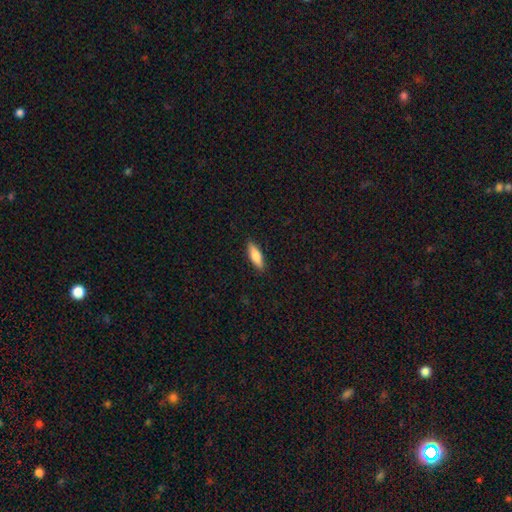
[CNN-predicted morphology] Q: Smooth or featured?
A: smooth (78%); runner-up: featured or disk (16%)
Q: How rounded?
A: in between (51%); runner-up: cigar-shaped (47%)
Q: Merging?
A: none (89%); runner-up: minor disturbance (8%)